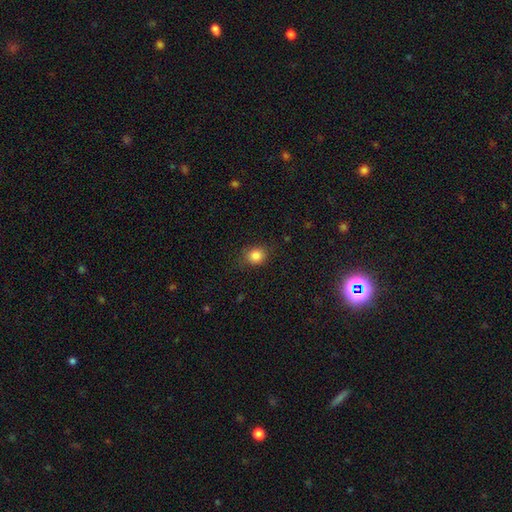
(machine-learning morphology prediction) Smooth or featured? smooth (85%)
How rounded? round (76%)
Merging? none (81%)